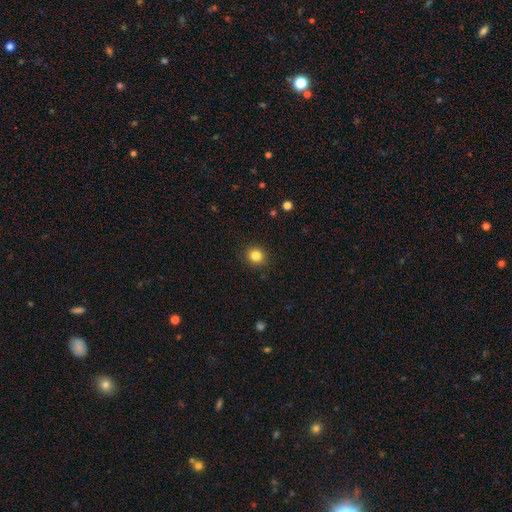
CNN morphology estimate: type=smooth (83%); roundness=round (79%); merging=none (90%).